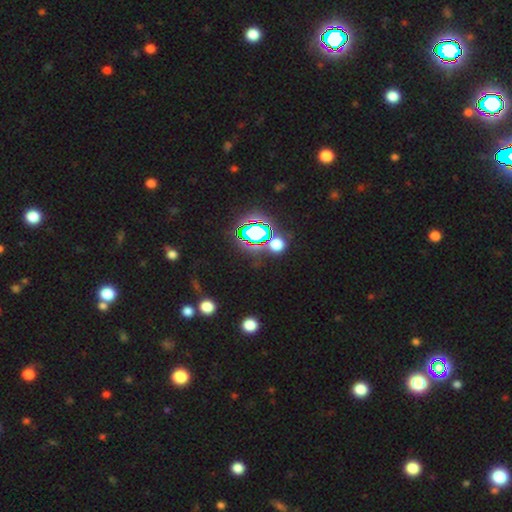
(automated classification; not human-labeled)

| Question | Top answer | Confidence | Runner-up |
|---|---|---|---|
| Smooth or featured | star or artifact | 79% | smooth (14%) |